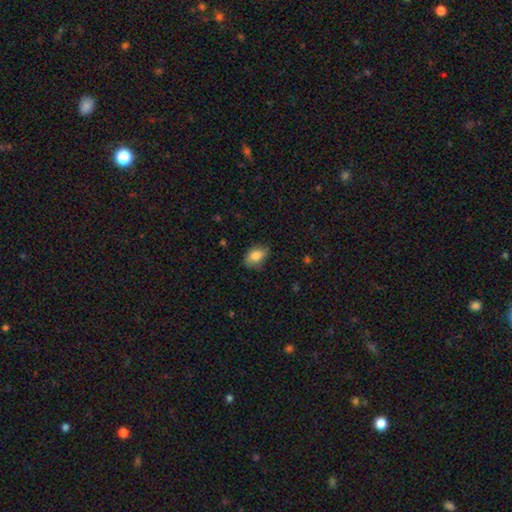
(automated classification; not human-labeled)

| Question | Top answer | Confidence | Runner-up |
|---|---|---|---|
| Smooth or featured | smooth | 84% | featured or disk (9%) |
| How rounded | in between | 87% | round (12%) |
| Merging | none | 75% | minor disturbance (20%) |